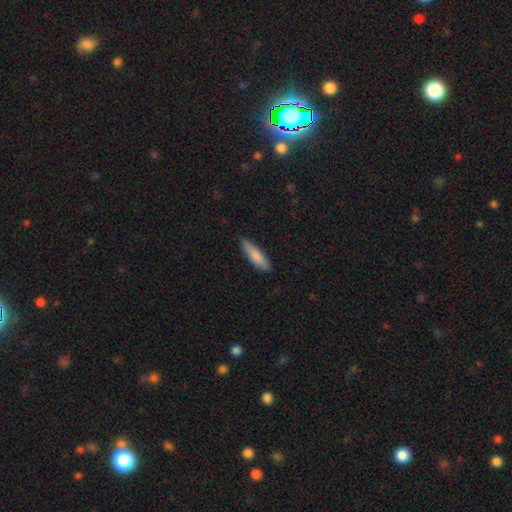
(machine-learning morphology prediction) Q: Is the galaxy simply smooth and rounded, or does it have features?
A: smooth — 80%.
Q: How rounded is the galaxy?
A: cigar-shaped — 72%.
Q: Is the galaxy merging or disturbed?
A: none — 86%.